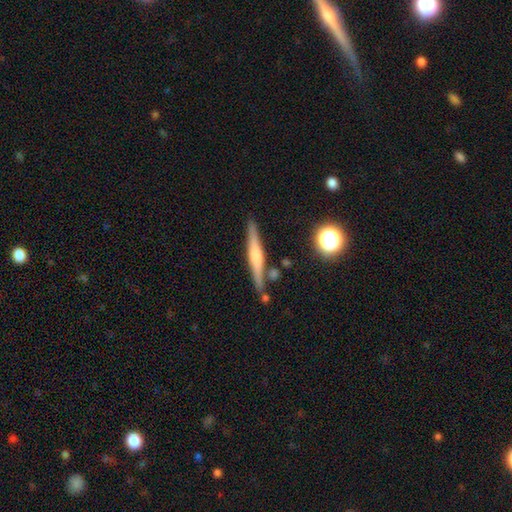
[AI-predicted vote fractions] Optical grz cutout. It shows a featured or disk galaxy (62%) viewed edge-on (97%) with a rounded central bulge (64%). Merging: none (83%).